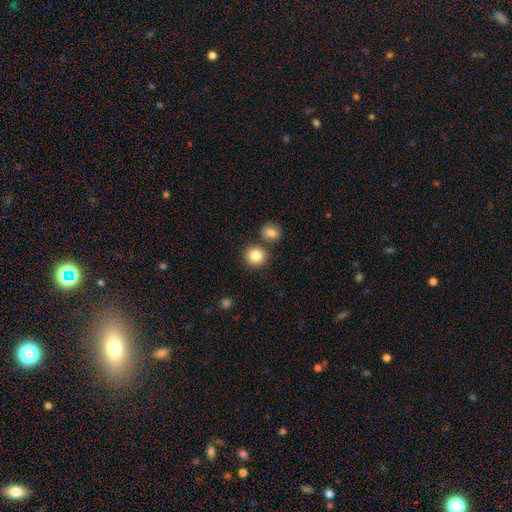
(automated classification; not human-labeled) smooth_or_featured: smooth (p=0.84) [alt: star or artifact p=0.10]
how_rounded: round (p=0.87) [alt: in between p=0.12]
merging: none (p=0.77) [alt: merger p=0.13]